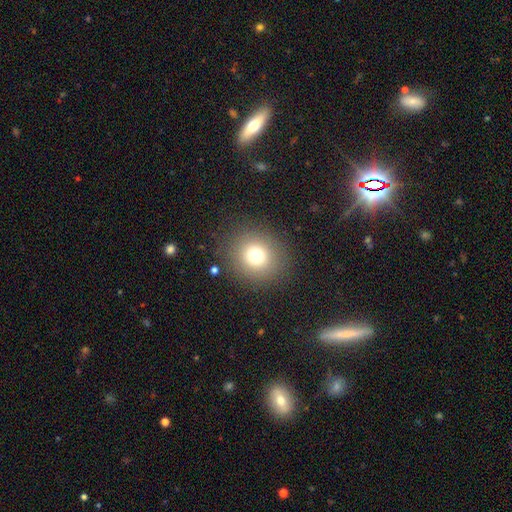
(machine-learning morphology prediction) Smooth or featured? Predicted: smooth (p=0.73). How rounded? Predicted: round (p=0.88). Merging? Predicted: none (p=0.87).